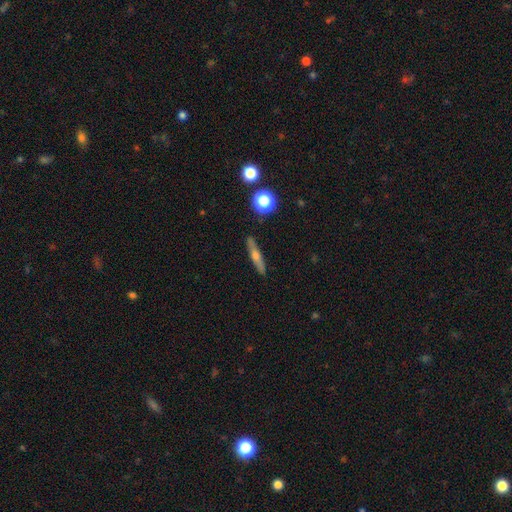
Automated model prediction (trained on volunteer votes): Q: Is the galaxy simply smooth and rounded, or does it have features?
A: featured or disk — 53%.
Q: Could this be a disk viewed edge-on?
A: yes — 94%.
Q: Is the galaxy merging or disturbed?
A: none — 89%.